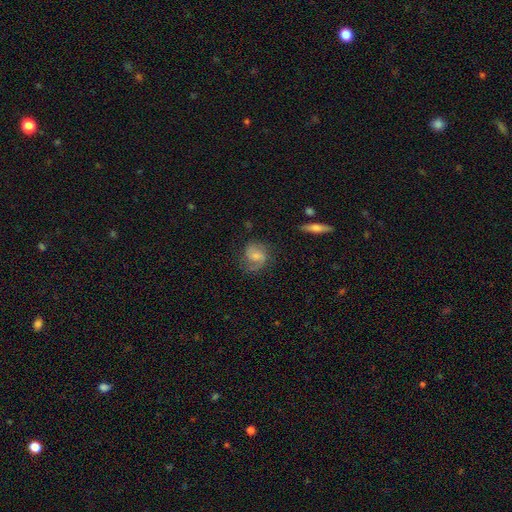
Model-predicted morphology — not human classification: featured or disk 61%, smooth 31%, star or artifact 8%. Down the decision tree: edge-on disk — no (97%); bar — no (52%); spiral arms — yes (90%); spiral arm count — 2 (68%); spiral winding — medium (46%); bulge size — small (53%); merging — none (64%).